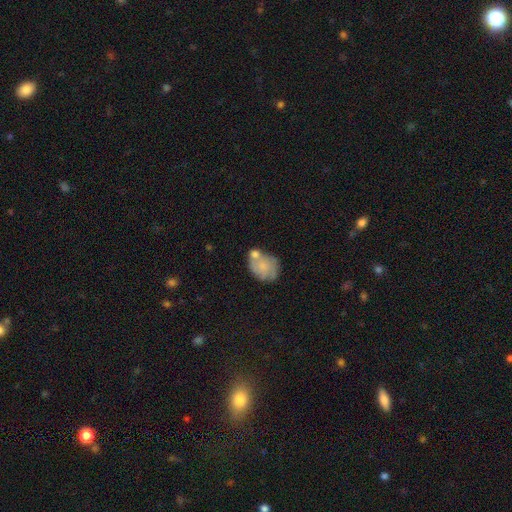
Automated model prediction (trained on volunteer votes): Morphology: type=smooth (52%); roundness=in between (54%); merging=none (39%).